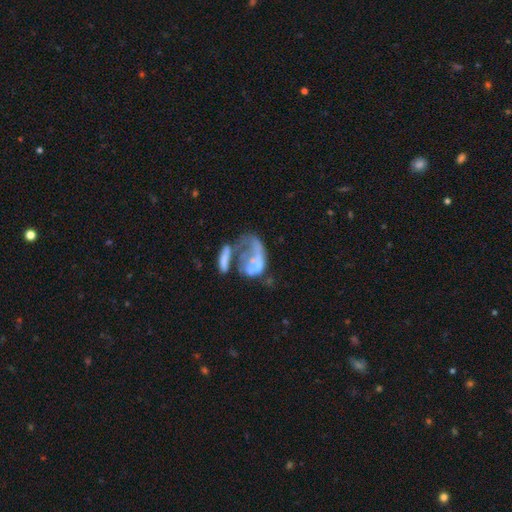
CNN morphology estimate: smooth-or-featured: featured or disk: 51% | smooth: 38% | star or artifact: 11%
  disk-edge-on: no: 96% | yes: 4%
  merging: major disturbance: 45% | merger: 33% | none: 13% | minor disturbance: 9%